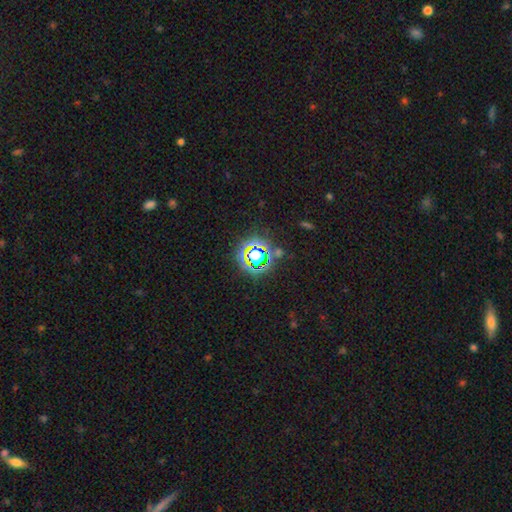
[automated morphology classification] This is likely a star or artifact rather than a galaxy (75%).